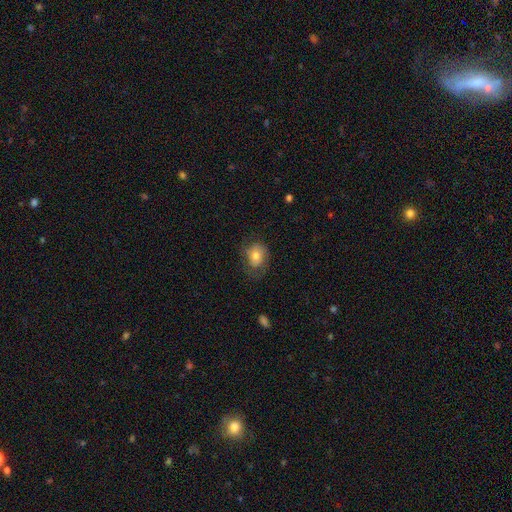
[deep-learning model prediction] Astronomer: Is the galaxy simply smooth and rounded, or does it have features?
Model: smooth — 68%.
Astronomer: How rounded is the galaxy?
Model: in between — 53% (runner-up: round, 46%).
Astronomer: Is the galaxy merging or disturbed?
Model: none — 60%.